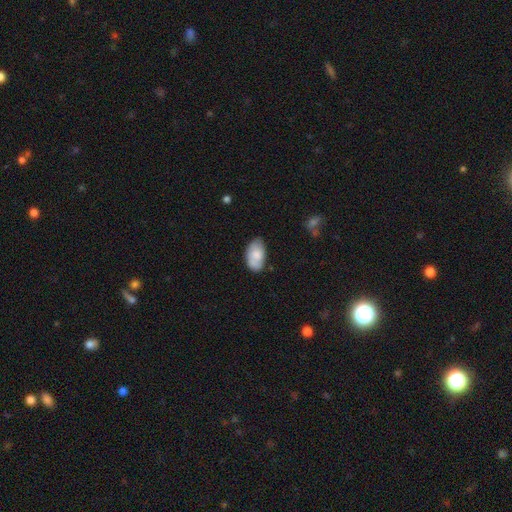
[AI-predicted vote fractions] Smooth or featured? smooth (75%)
How rounded? in between (94%)
Merging? none (65%)